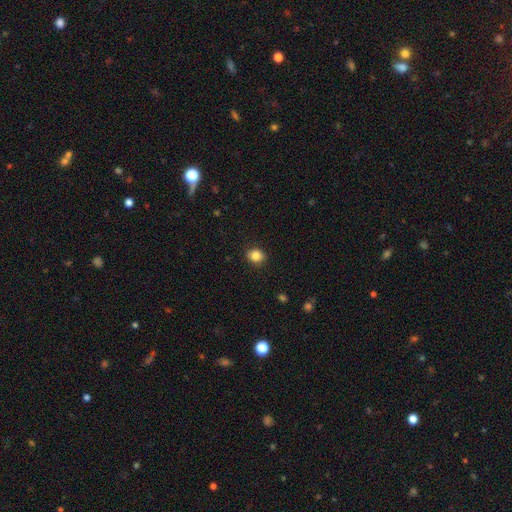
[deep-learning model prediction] smooth 84%, star or artifact 10%, featured or disk 6%. Down the decision tree: how rounded — round (69%); merging — none (90%).